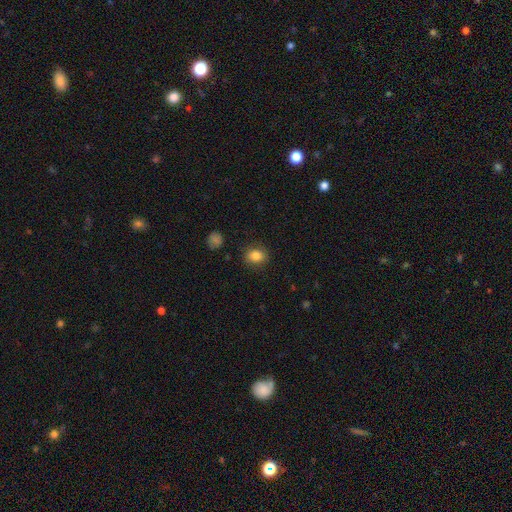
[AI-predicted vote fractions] Overall: smooth (84%). How rounded: round (59%; in between 40%). Merging: none (85%).